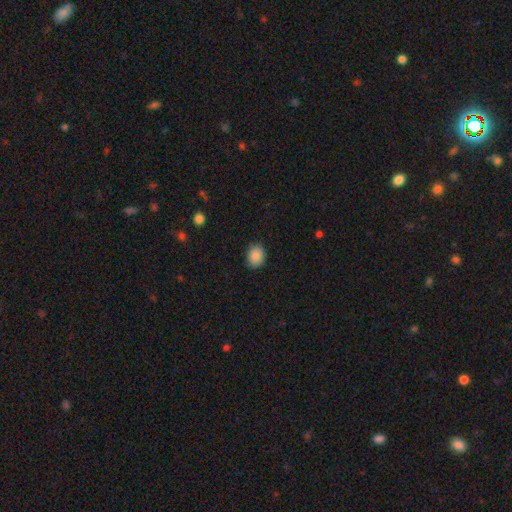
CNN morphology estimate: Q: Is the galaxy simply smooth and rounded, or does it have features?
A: smooth — 89%.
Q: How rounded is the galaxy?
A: in between — 53%.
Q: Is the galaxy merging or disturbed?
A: none — 86%.